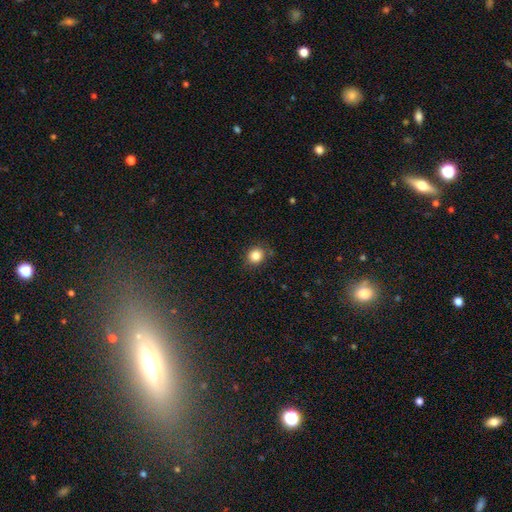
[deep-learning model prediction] A smooth galaxy with no disk features (84%) that is round (81%). Merging: none (85%).